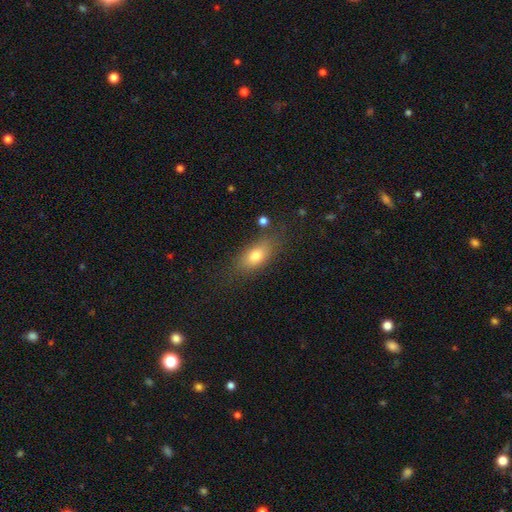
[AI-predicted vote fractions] smooth_or_featured: smooth (p=0.76) [alt: featured or disk p=0.15]
how_rounded: in between (p=0.80) [alt: cigar-shaped p=0.13]
merging: none (p=0.71) [alt: minor disturbance p=0.18]